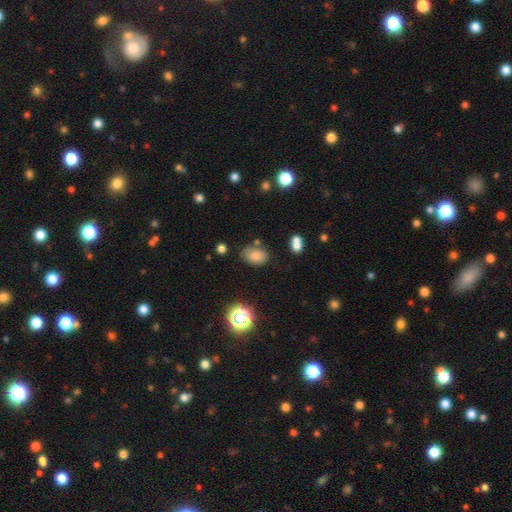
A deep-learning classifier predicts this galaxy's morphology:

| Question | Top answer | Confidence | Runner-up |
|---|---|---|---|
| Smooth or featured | smooth | 78% | star or artifact (13%) |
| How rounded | in between | 85% | round (13%) |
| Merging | none | 74% | minor disturbance (16%) |